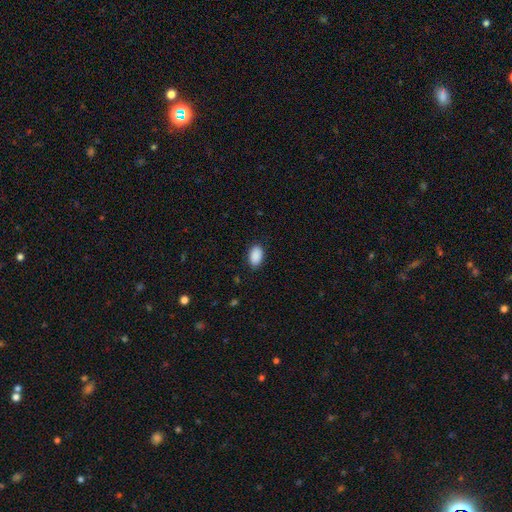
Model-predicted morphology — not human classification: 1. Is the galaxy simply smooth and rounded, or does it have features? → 91% smooth, 7% star or artifact, 3% featured or disk.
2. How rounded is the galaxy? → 91% in between, 8% round, 1% cigar-shaped.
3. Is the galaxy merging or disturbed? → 87% none, 10% minor disturbance, 2% major disturbance, 1% merger.